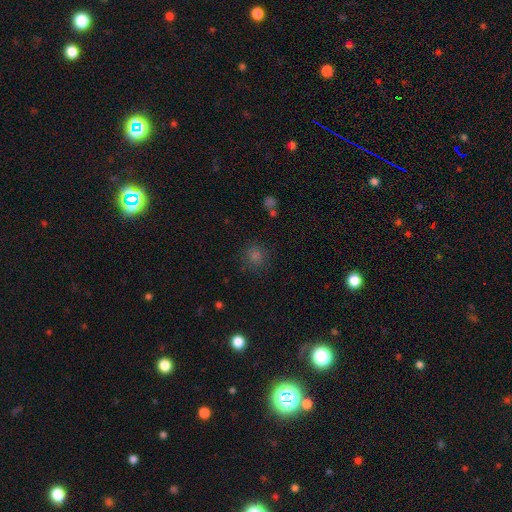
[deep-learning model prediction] Morphology: type=smooth (65%); roundness=round (92%); merging=none (87%).